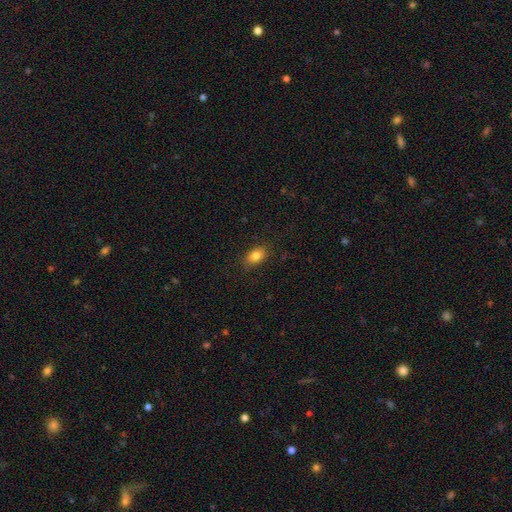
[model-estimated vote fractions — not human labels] This is clearly a smooth galaxy (84%). How rounded: clearly in between (86%). Merging: clearly none (84%).